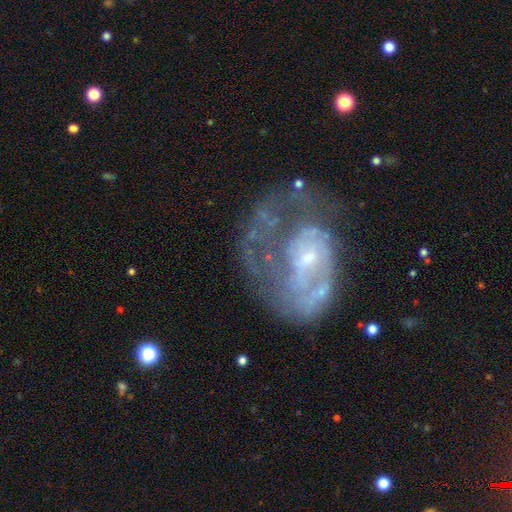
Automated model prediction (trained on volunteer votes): This appears to be a featured or disk galaxy (75%) with no bar (66%), spiral arms (66%) and a small central bulge (63%). Merging: major disturbance (40%).